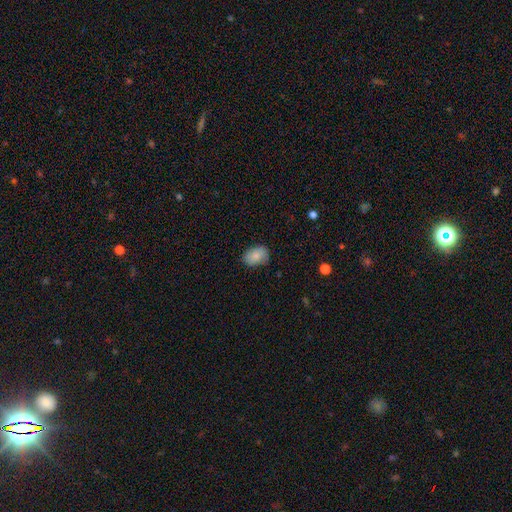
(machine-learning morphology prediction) smooth_or_featured: smooth (p=0.83) [alt: featured or disk p=0.10]
how_rounded: in between (p=0.82) [alt: round p=0.17]
merging: none (p=0.78) [alt: minor disturbance p=0.17]